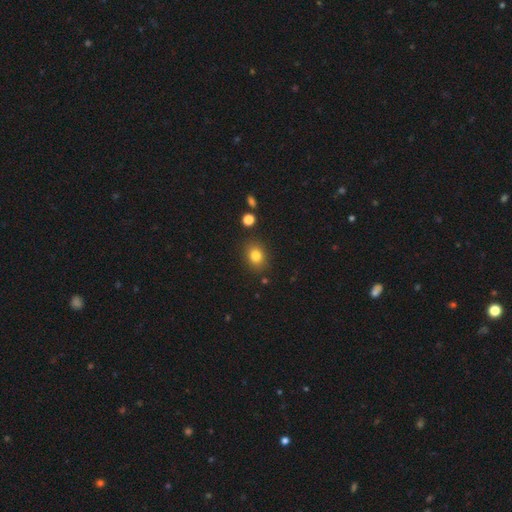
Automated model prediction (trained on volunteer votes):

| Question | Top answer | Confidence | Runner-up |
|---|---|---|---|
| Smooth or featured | smooth | 82% | star or artifact (11%) |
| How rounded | in between | 51% | round (48%) |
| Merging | none | 84% | minor disturbance (10%) |